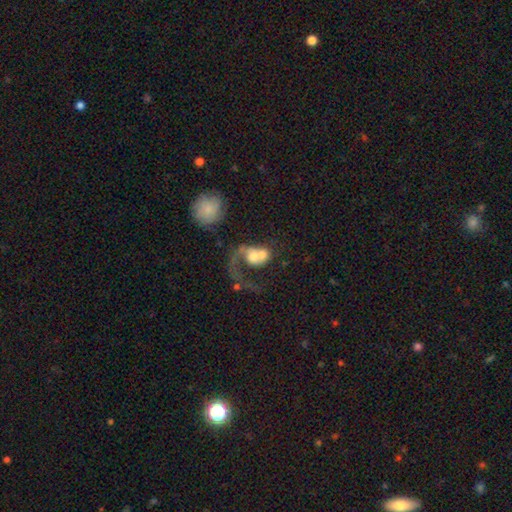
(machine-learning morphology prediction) Smooth or featured: featured or disk — 52% (smooth — 39%)
Edge-on disk: no — 97% (yes — 3%)
Bar: no — 76% (weak — 19%)
Spiral arms: yes — 69% (no — 31%)
Bulge size: moderate — 44% (large — 26%)
Merging: merger — 51% (major disturbance — 29%)